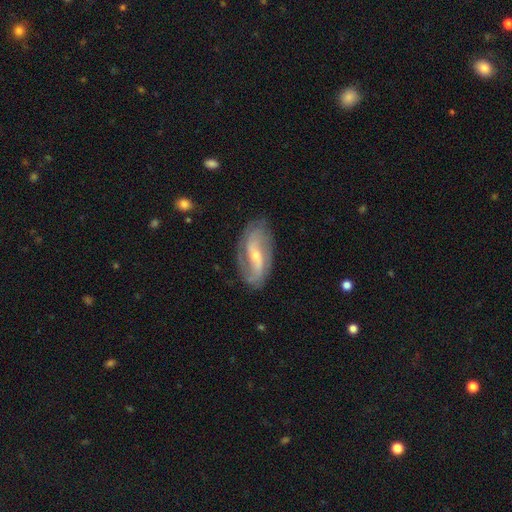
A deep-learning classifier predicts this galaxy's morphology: Q: Smooth or featured?
A: featured or disk (81%); runner-up: smooth (13%)
Q: Edge-on disk?
A: no (92%); runner-up: yes (8%)
Q: Bar?
A: weak (38%); tied with: strong (38%)
Q: Spiral arms?
A: yes (90%); runner-up: no (10%)
Q: Spiral winding?
A: medium (38%); runner-up: loose (37%)
Q: Spiral arm count?
A: 2 (76%); runner-up: can't tell (13%)
Q: Bulge size?
A: small (59%); runner-up: moderate (37%)
Q: Merging?
A: none (78%); runner-up: minor disturbance (16%)